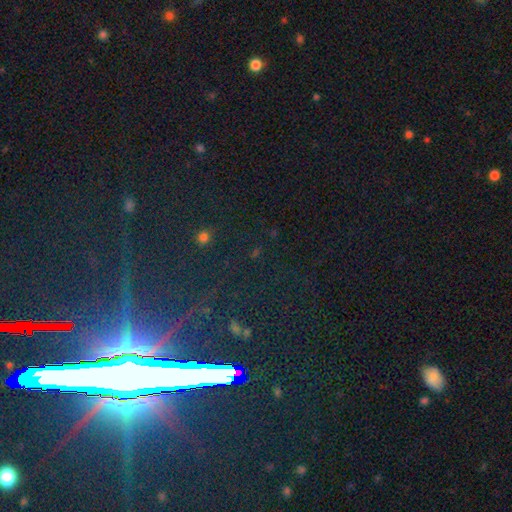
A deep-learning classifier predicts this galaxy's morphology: Overall: star or artifact (74%).